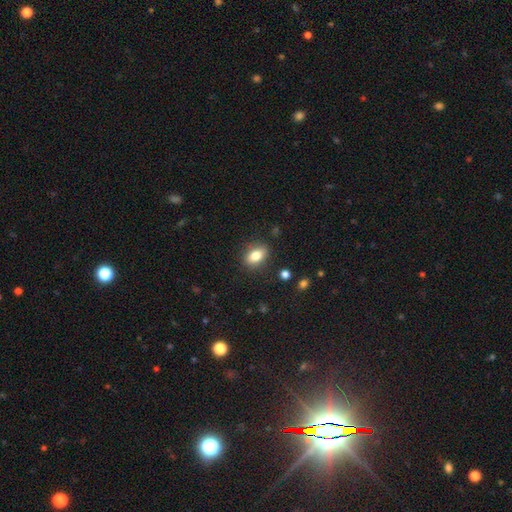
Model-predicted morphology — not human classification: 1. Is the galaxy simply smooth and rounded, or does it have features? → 82% smooth, 10% featured or disk, 8% star or artifact.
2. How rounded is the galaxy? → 82% in between, 15% round, 3% cigar-shaped.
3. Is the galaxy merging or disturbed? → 84% none, 12% minor disturbance, 3% major disturbance, 2% merger.